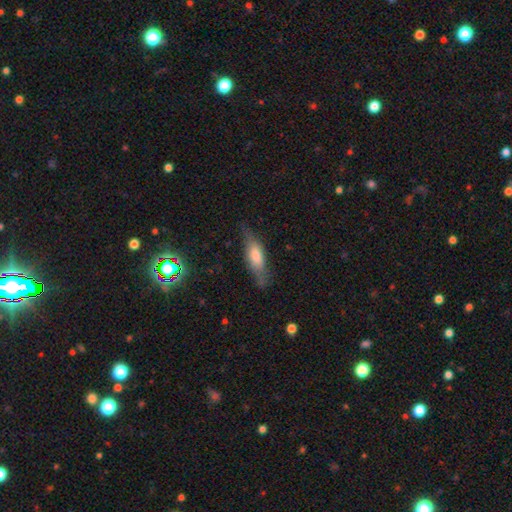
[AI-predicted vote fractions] Smooth or featured? smooth (53%)
How rounded? cigar-shaped (56%)
Merging? none (74%)